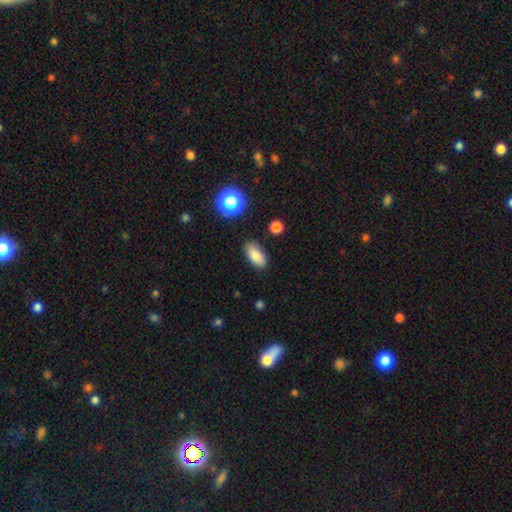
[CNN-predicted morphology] This is clearly a smooth galaxy (84%). How rounded: clearly in between (88%). Merging: clearly none (85%).